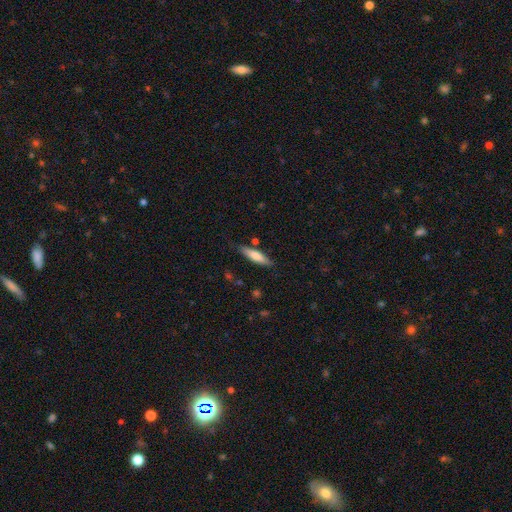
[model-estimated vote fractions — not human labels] Morphology: type=smooth (72%); roundness=cigar-shaped (68%); merging=none (80%).